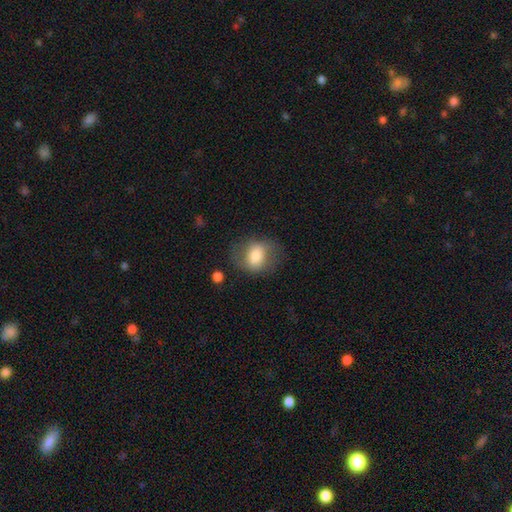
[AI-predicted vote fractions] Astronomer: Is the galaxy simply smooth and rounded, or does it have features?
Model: smooth — 68%.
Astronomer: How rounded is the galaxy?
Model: in between — 58% (runner-up: round, 40%).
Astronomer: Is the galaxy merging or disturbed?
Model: none — 67%.